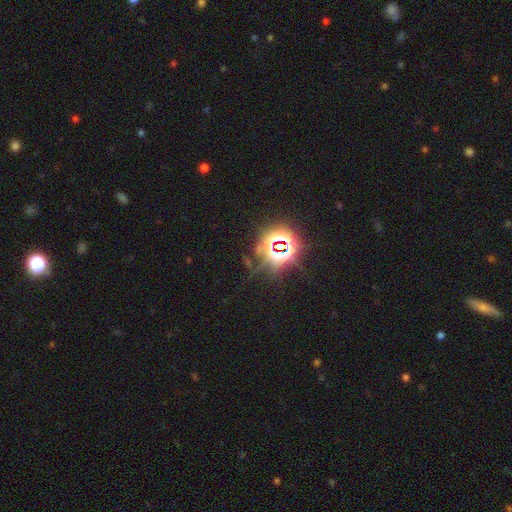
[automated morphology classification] A star or artifact, not a galaxy (83%).

Vote fractions:
- Smooth or featured? star or artifact: 83% / smooth: 11% / featured or disk: 7%